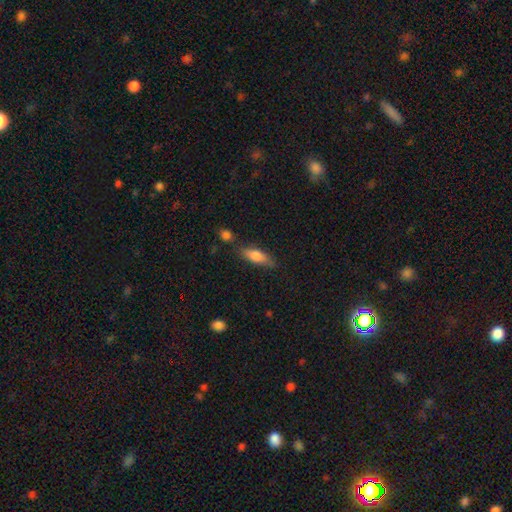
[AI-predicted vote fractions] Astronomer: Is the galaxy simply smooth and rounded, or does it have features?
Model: smooth — 73%.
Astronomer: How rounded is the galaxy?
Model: in between — 58% (runner-up: cigar-shaped, 39%).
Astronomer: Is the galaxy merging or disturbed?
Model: none — 68%.